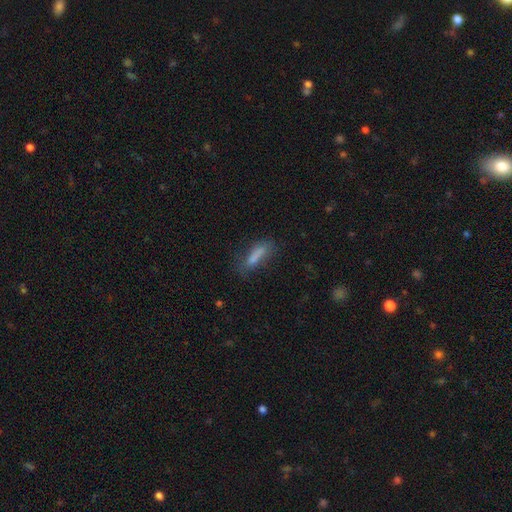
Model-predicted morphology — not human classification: This appears to be a smooth galaxy with no disk features (73%) that is cigar-shaped (56%). Merging: none (51%).